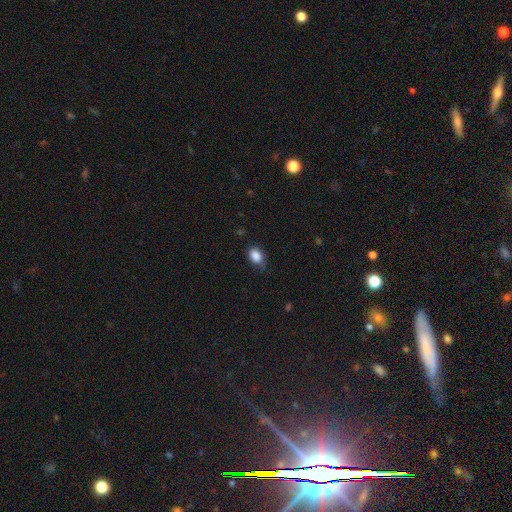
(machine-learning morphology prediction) A smooth galaxy with no disk features (87%) that is in between round and cigar-shaped (77%).

Vote fractions:
- Smooth or featured? smooth: 87% / star or artifact: 9% / featured or disk: 4%
- How rounded? in between: 77% / round: 21% / cigar-shaped: 1%
- Merging? none: 67% / minor disturbance: 26% / major disturbance: 5% / merger: 1%